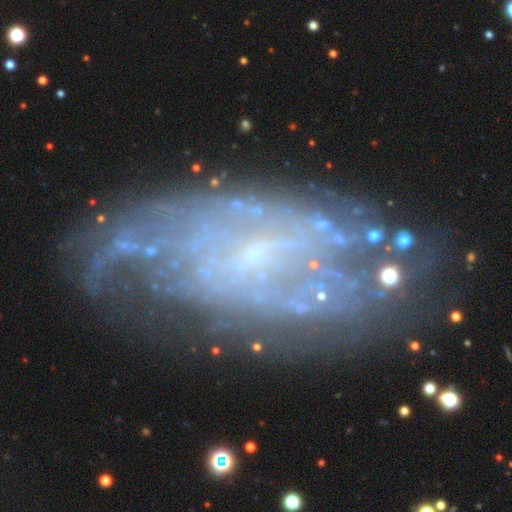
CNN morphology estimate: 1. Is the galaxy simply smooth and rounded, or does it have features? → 74% featured or disk, 15% smooth, 11% star or artifact.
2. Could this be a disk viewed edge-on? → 93% no, 7% yes.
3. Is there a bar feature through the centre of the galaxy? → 59% no, 32% weak, 9% strong.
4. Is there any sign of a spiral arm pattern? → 71% yes, 29% no.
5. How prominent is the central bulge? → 75% small, 16% none, 7% moderate, 1% large, 1% dominant.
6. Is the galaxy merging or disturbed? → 62% none, 23% minor disturbance, 12% major disturbance, 3% merger.